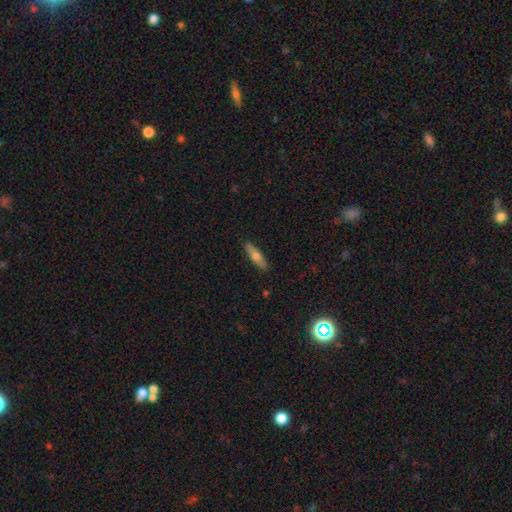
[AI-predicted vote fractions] Smooth or featured? smooth (50%)
Merging? none (90%)